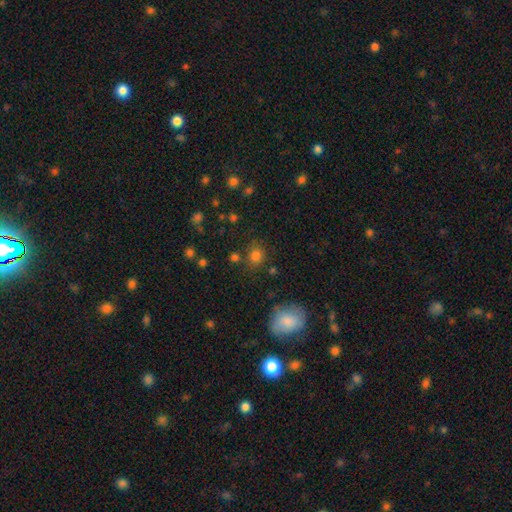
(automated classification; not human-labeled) This appears to be a smooth galaxy with no disk features (78%) that is round (77%). Merging: none (79%).